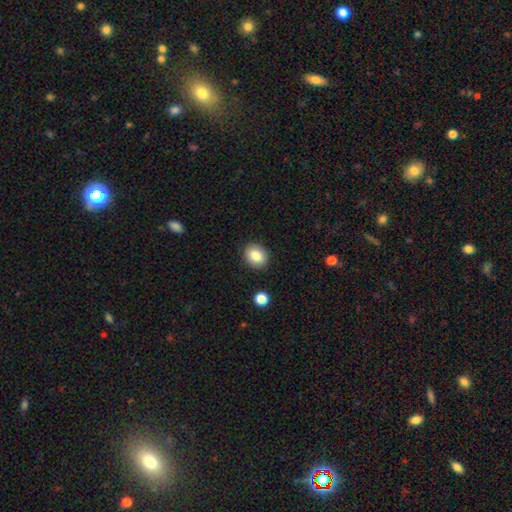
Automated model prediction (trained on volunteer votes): Q: Smooth or featured?
A: smooth (85%); runner-up: star or artifact (9%)
Q: How rounded?
A: in between (52%); runner-up: round (47%)
Q: Merging?
A: none (89%); runner-up: minor disturbance (8%)